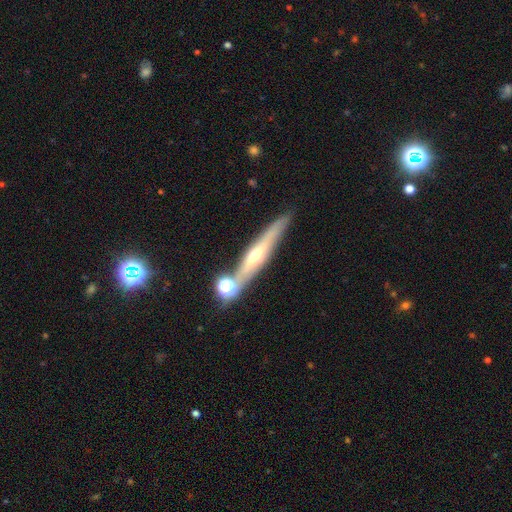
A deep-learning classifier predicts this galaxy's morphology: smooth_or_featured: featured or disk (p=0.67) [alt: smooth p=0.24]
disk_edge_on: yes (p=0.91) [alt: no p=0.09]
edge_on_bulge: rounded (p=0.85) [alt: none p=0.11]
merging: none (p=0.75) [alt: merger p=0.11]